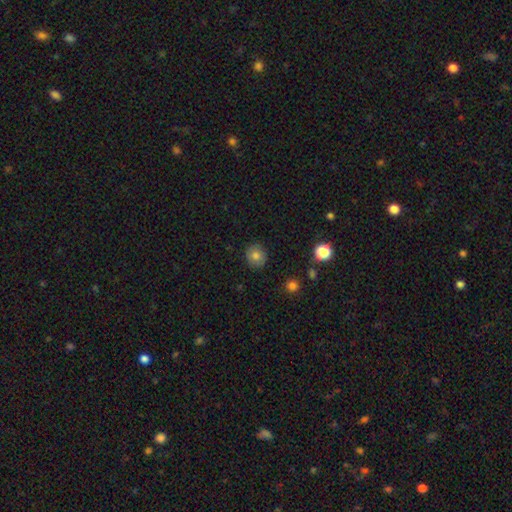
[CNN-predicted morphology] Smooth or featured? smooth (80%)
How rounded? round (85%)
Merging? none (89%)